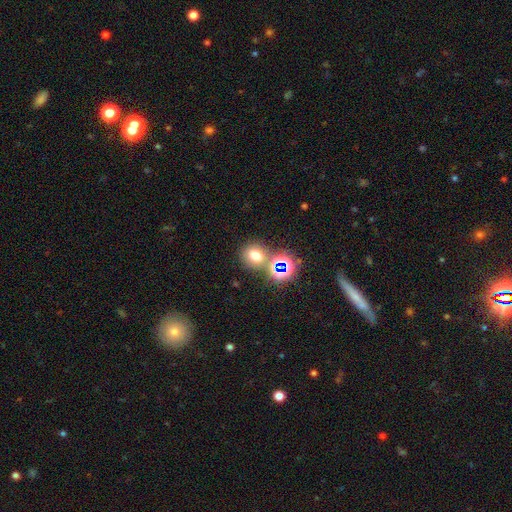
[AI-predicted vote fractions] A smooth galaxy with no disk features (63%) that is round (72%).

Vote fractions:
- Smooth or featured? smooth: 63% / star or artifact: 27% / featured or disk: 10%
- How rounded? round: 72% / in between: 27% / cigar-shaped: 1%
- Merging? none: 67% / merger: 19% / minor disturbance: 10% / major disturbance: 4%